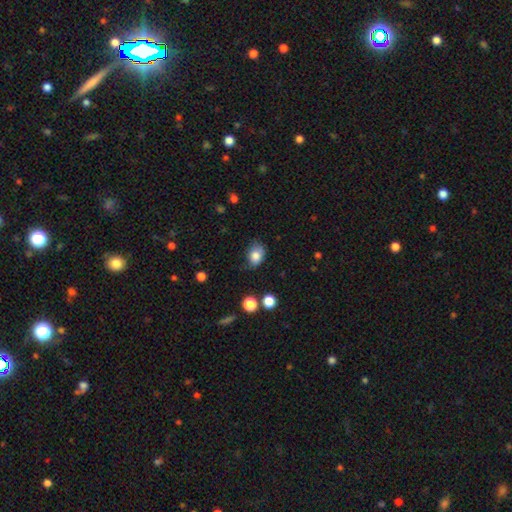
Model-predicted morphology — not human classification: Smooth or featured? smooth (82%)
How rounded? in between (69%)
Merging? none (61%)